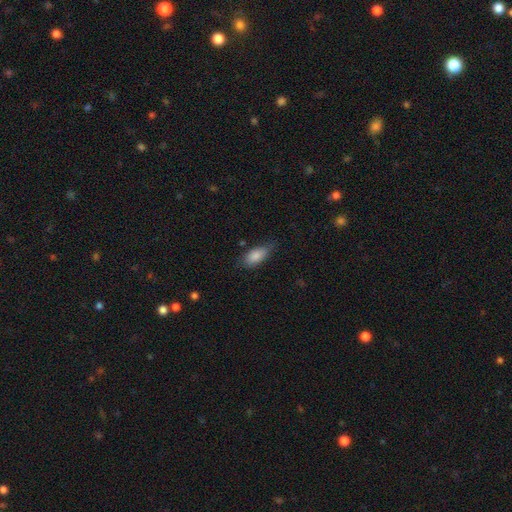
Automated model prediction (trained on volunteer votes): A smooth galaxy with no disk features (86%) that is in between round and cigar-shaped (87%).

Vote fractions:
- Smooth or featured? smooth: 86% / featured or disk: 7% / star or artifact: 7%
- How rounded? in between: 87% / cigar-shaped: 11% / round: 2%
- Merging? none: 69% / minor disturbance: 24% / major disturbance: 5% / merger: 2%